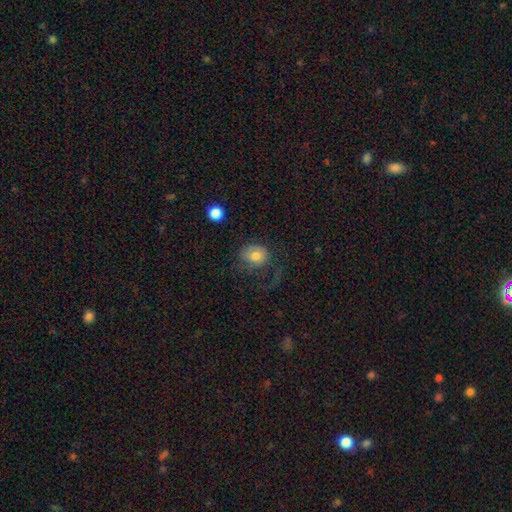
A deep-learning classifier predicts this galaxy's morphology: Q: Smooth or featured?
A: smooth (67%); runner-up: featured or disk (24%)
Q: How rounded?
A: round (57%); runner-up: in between (42%)
Q: Merging?
A: major disturbance (44%); runner-up: none (35%)